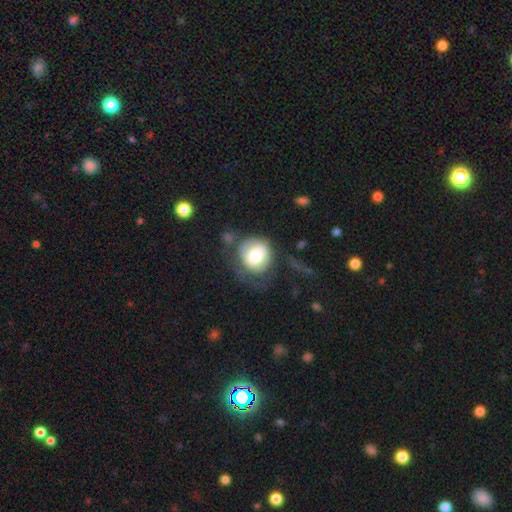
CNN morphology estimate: This is possibly a smooth galaxy (56%). How rounded: clearly round (81%). Merging: marginally none (41%).